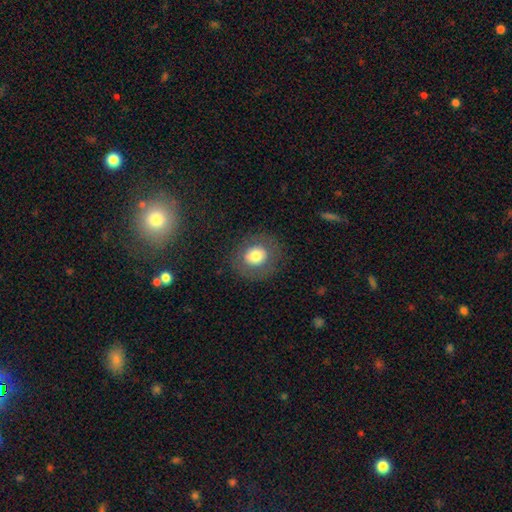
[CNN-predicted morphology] smooth 71%, featured or disk 19%, star or artifact 10%. Down the decision tree: how rounded — round (79%); merging — none (84%).